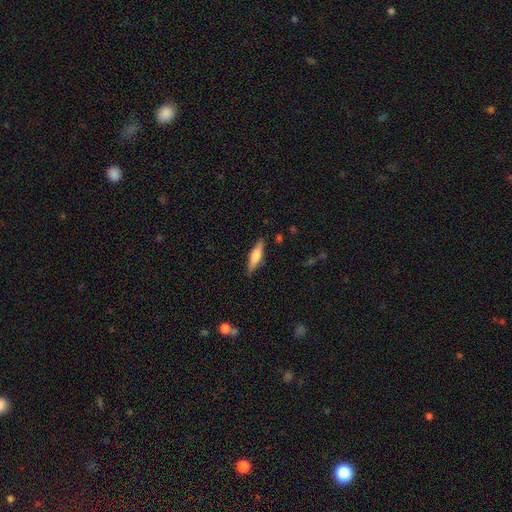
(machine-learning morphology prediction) This appears to be a smooth galaxy with no disk features (57%) that is cigar-shaped (64%). Merging: none (85%).